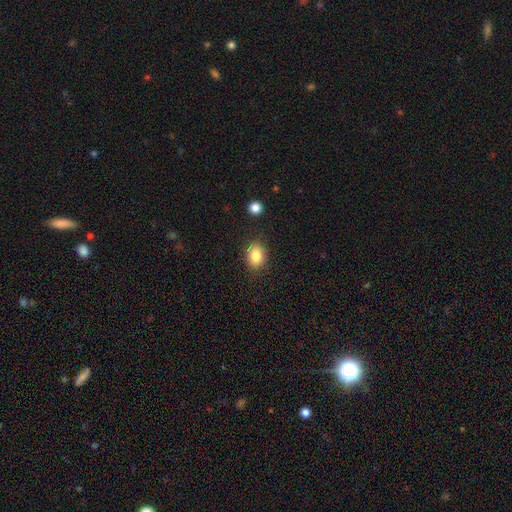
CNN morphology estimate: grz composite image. It shows a smooth galaxy with no disk features (84%) that is in between round and cigar-shaped (60%). Merging: none (83%).